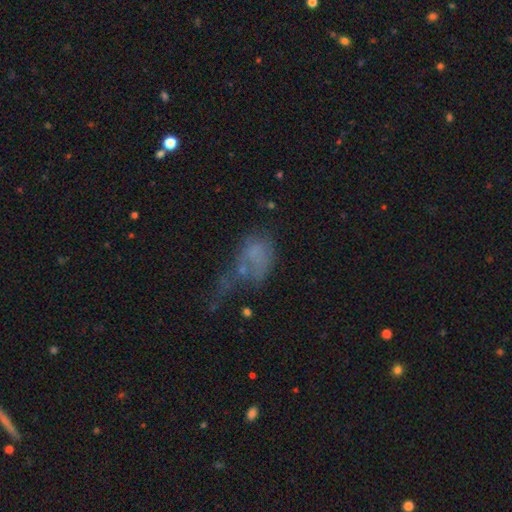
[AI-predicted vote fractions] Q: Smooth or featured?
A: smooth (48%); runner-up: featured or disk (33%)
Q: Merging?
A: major disturbance (44%); runner-up: merger (23%)